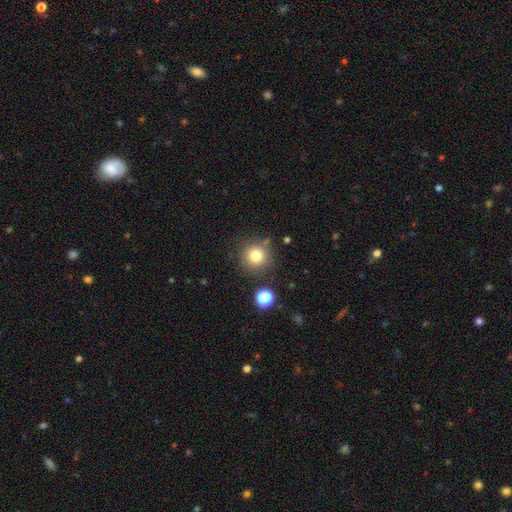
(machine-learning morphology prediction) This is likely a smooth galaxy (79%). How rounded: clearly round (94%). Merging: clearly none (80%).